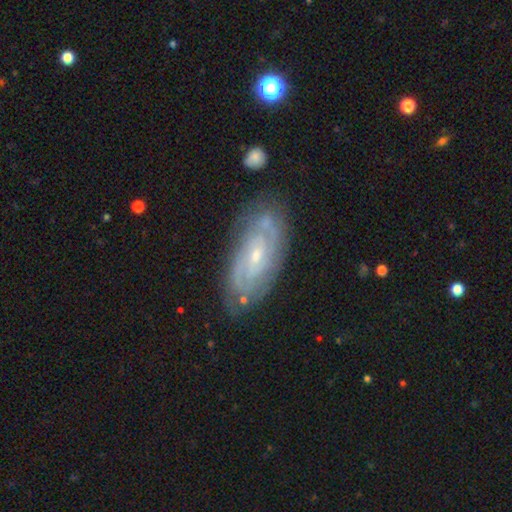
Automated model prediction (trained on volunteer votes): Smooth or featured? Predicted: featured or disk (p=0.83). Edge-on disk? Predicted: no (p=0.93). Bar? Predicted: no (p=0.57). Spiral arms? Predicted: yes (p=0.93). Spiral winding? Predicted: tight (p=0.67). Spiral arm count? Predicted: 2 (p=0.40). Bulge size? Predicted: small (p=0.71). Merging? Predicted: none (p=0.76).